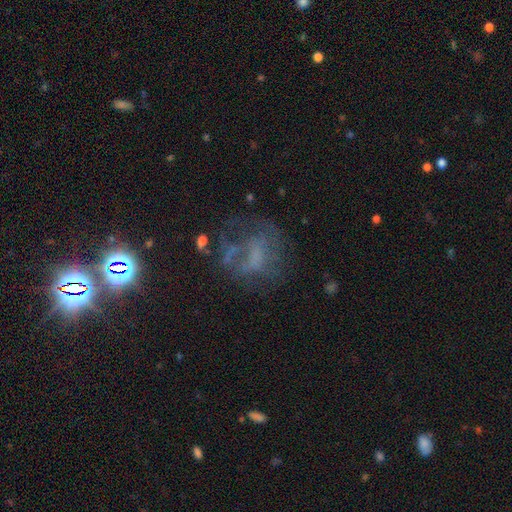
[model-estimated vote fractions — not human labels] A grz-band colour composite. It shows a featured or disk galaxy (48%). Merging: none (45%).